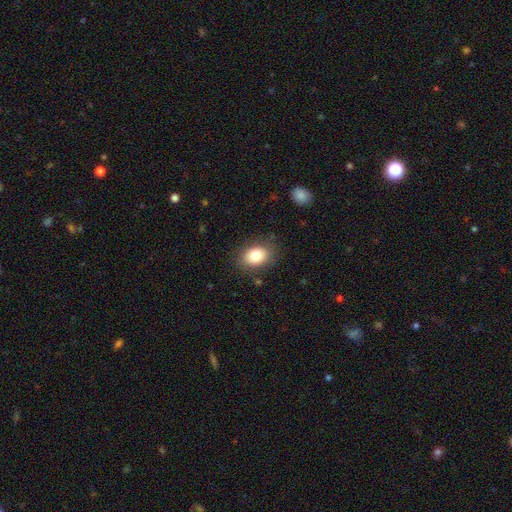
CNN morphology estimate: Smooth or featured? smooth (81%)
How rounded? in between (73%)
Merging? none (83%)